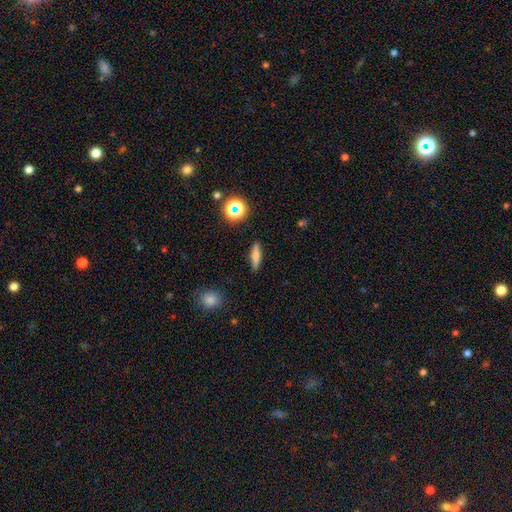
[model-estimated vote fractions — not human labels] This appears to be a smooth galaxy with no disk features (70%) that is cigar-shaped (73%). Merging: none (88%).